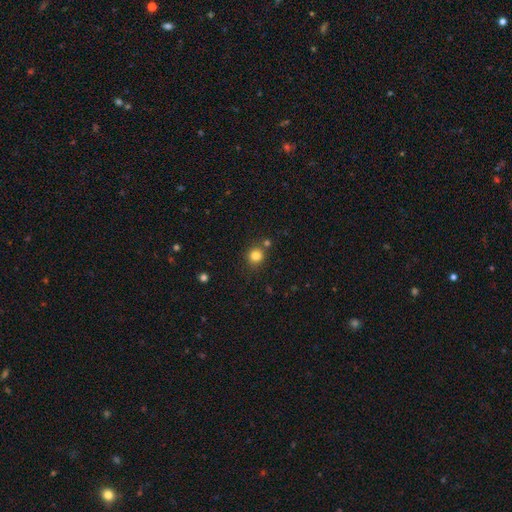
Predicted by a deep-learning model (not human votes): Smooth or featured?
  - smooth: 82% *
  - star or artifact: 12%
  - featured or disk: 5%
How rounded?
  - round: 89% *
  - in between: 10%
  - cigar-shaped: 1%
Merging?
  - none: 79% *
  - merger: 10%
  - minor disturbance: 9%
  - major disturbance: 3%